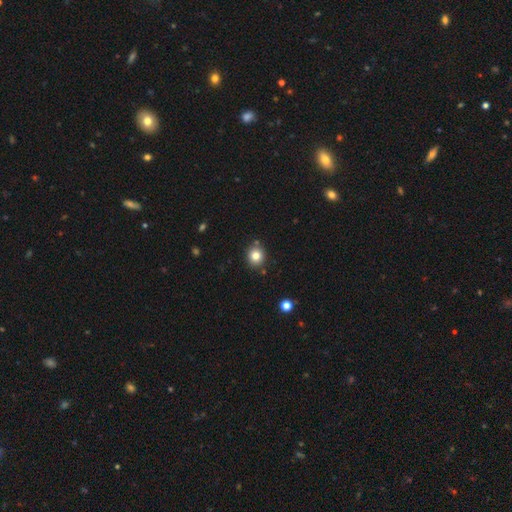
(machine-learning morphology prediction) The model was most divided on "how rounded": round: 84%, in between: 15%, cigar-shaped: 1%. More confident: merging — none (85%); smooth or featured — smooth (81%).